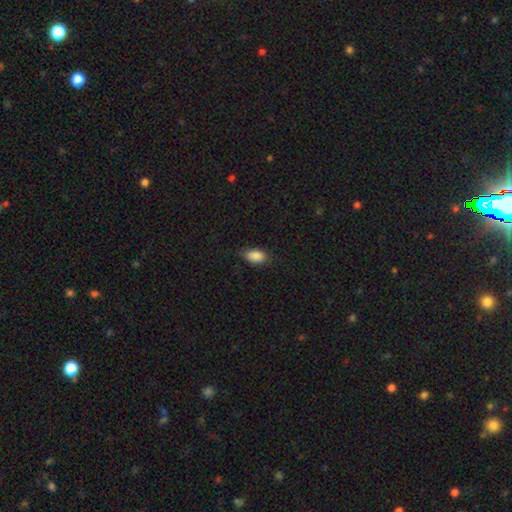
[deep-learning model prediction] Overall: smooth (87%). How rounded: in between (90%). Merging: none (74%).